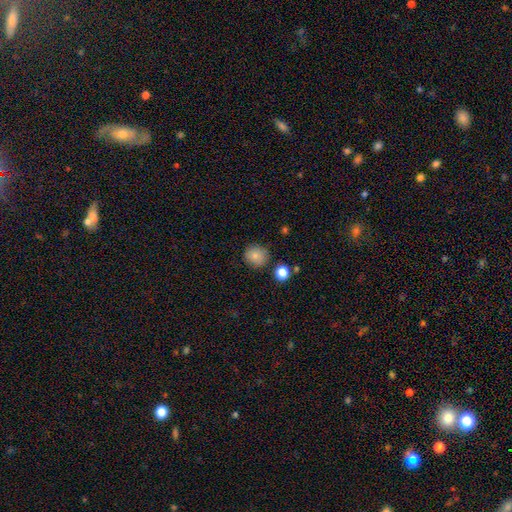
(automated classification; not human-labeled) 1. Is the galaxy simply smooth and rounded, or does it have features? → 83% smooth, 10% star or artifact, 7% featured or disk.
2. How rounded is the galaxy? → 86% round, 13% in between, 1% cigar-shaped.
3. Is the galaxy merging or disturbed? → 82% none, 12% minor disturbance, 3% merger, 3% major disturbance.